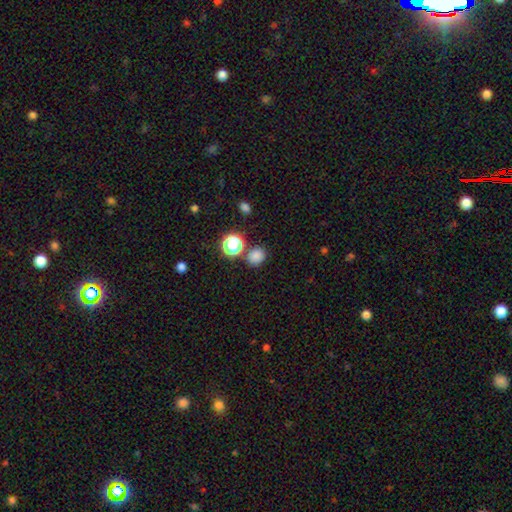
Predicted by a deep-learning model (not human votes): The model was most divided on "how rounded": round: 73%, in between: 26%, cigar-shaped: 1%. More confident: smooth or featured — smooth (79%); merging — none (78%).